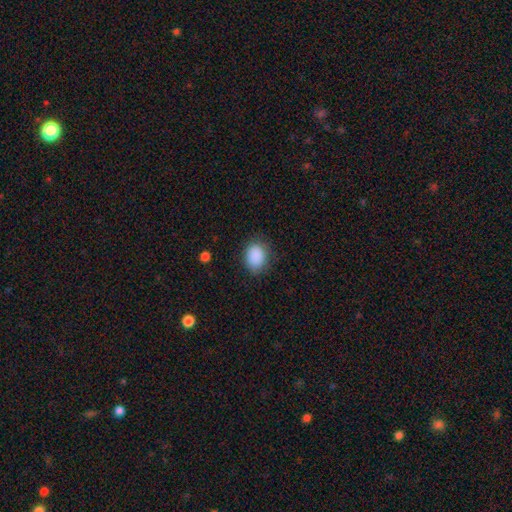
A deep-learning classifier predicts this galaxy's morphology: A smooth galaxy with no disk features (89%) that is in between round and cigar-shaped (61%). Merging: none (82%).